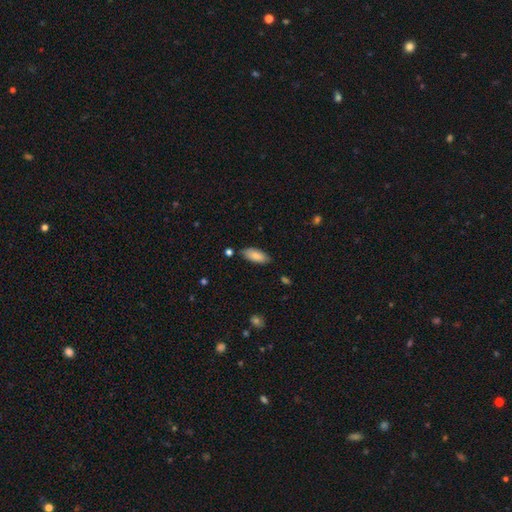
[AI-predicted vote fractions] Smooth or featured: smooth — 86% (featured or disk — 8%)
How rounded: in between — 84% (cigar-shaped — 15%)
Merging: none — 83% (minor disturbance — 12%)